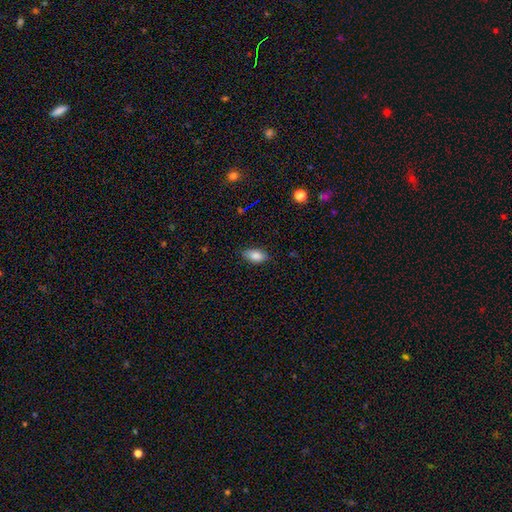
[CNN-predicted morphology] The model was most divided on "merging": none: 83%, minor disturbance: 13%, major disturbance: 3%, merger: 1%. More confident: how rounded — in between (91%); smooth or featured — smooth (84%).